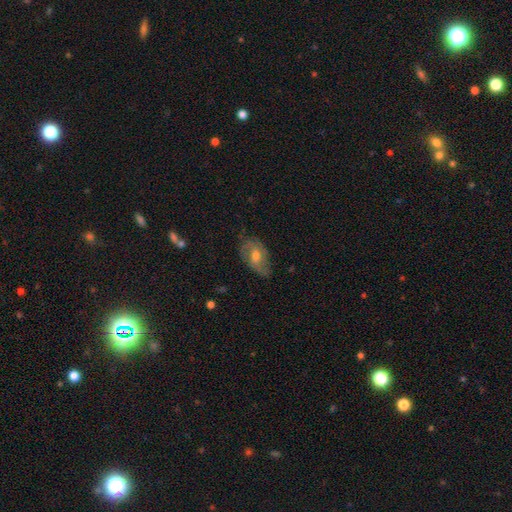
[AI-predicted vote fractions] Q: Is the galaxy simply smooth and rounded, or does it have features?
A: featured or disk — 58%.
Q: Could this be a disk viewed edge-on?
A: no — 94%.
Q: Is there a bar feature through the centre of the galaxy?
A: no — 50%.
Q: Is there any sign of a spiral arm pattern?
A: yes — 78%.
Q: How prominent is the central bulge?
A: moderate — 68%.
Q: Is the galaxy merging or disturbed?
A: none — 65%.